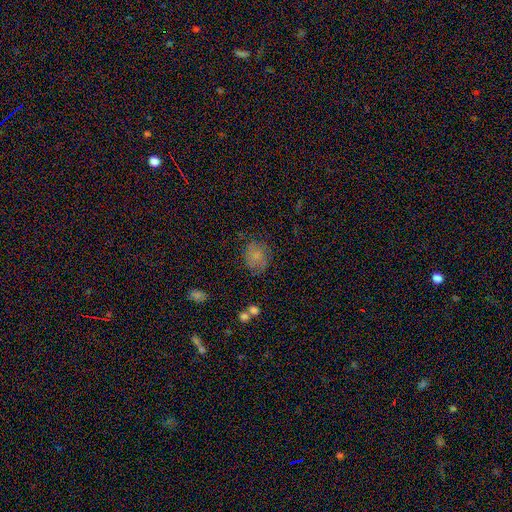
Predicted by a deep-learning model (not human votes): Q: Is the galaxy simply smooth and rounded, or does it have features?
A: smooth — 72%.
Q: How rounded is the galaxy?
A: round — 50%.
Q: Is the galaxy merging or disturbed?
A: none — 67%.